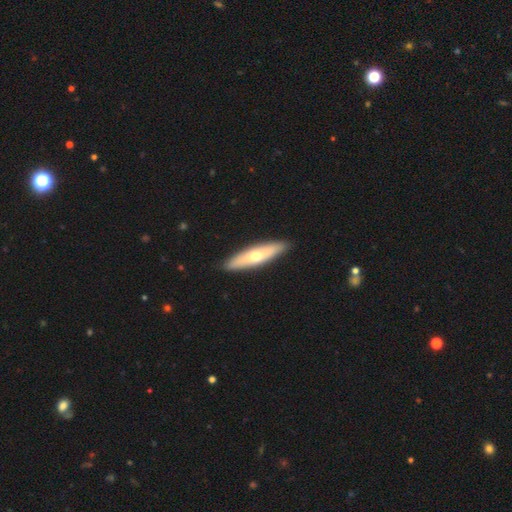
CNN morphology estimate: Smooth or featured? Predicted: smooth (p=0.52). How rounded? Predicted: cigar-shaped (p=0.72). Merging? Predicted: none (p=0.91).